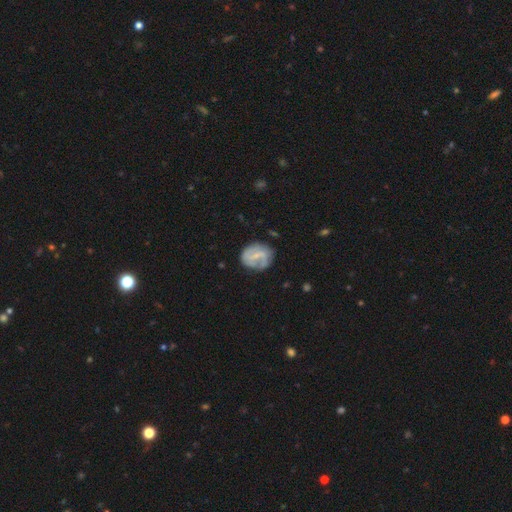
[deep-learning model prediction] Q: Smooth or featured?
A: featured or disk (62%); runner-up: smooth (32%)
Q: Edge-on disk?
A: no (97%); runner-up: yes (3%)
Q: Bar?
A: weak (50%); runner-up: no (30%)
Q: Spiral arms?
A: yes (75%); runner-up: no (25%)
Q: Bulge size?
A: small (61%); runner-up: moderate (21%)
Q: Merging?
A: none (66%); runner-up: minor disturbance (22%)